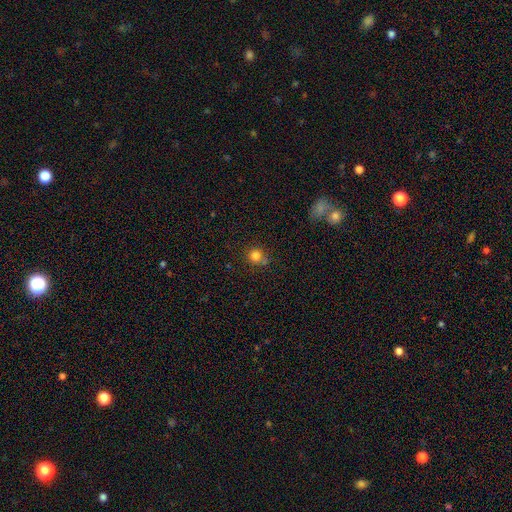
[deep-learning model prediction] smooth 81%, star or artifact 13%, featured or disk 6%. Down the decision tree: how rounded — round (91%); merging — none (69%).